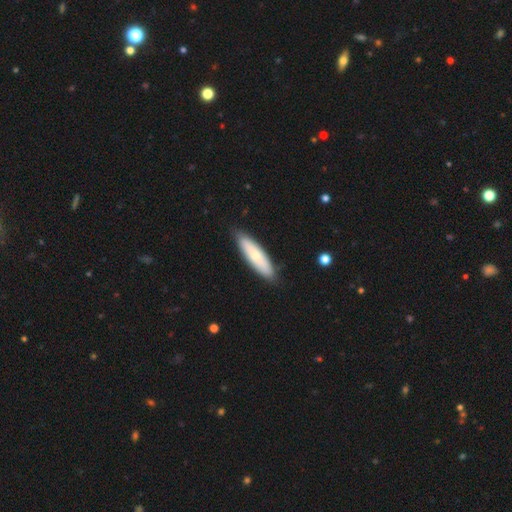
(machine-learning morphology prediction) Overall: smooth (68%). How rounded: cigar-shaped (66%; in between 33%). Merging: none (86%).